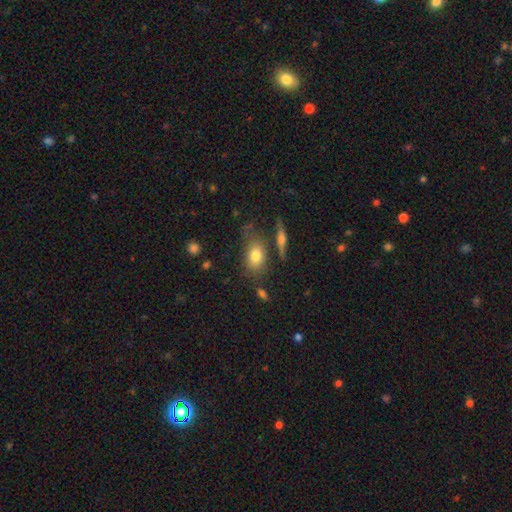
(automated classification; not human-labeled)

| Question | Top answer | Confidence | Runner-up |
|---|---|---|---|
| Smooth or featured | smooth | 77% | featured or disk (14%) |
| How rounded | in between | 80% | round (15%) |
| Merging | none | 65% | minor disturbance (18%) |